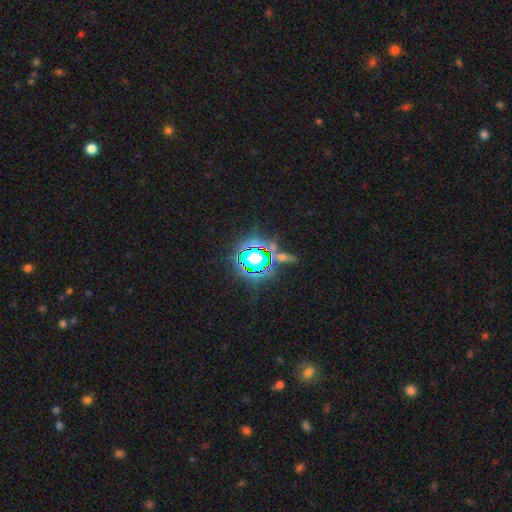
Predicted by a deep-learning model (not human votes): This is likely a star or artifact rather than a galaxy (72%).